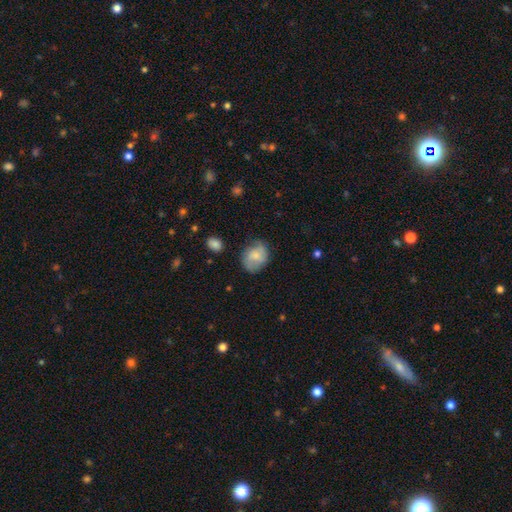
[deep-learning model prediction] Smooth or featured?
  - smooth: 67% *
  - featured or disk: 26%
  - star or artifact: 7%
How rounded?
  - round: 50% *
  - in between: 49%
  - cigar-shaped: 1%
Merging?
  - none: 66% *
  - minor disturbance: 25%
  - major disturbance: 7%
  - merger: 2%